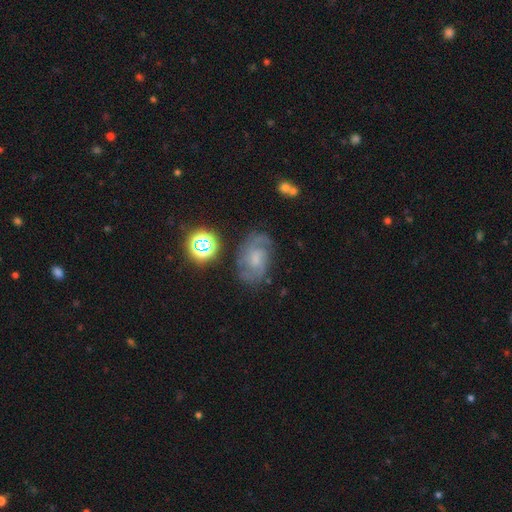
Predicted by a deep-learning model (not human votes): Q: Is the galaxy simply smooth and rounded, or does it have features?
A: featured or disk — 73%.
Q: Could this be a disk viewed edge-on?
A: no — 97%.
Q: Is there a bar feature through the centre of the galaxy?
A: no — 54%.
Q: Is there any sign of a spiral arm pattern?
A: yes — 93%.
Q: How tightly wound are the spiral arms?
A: medium — 46%.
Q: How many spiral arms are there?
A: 2 — 61%.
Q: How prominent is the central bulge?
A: small — 44%.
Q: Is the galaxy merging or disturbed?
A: none — 72%.